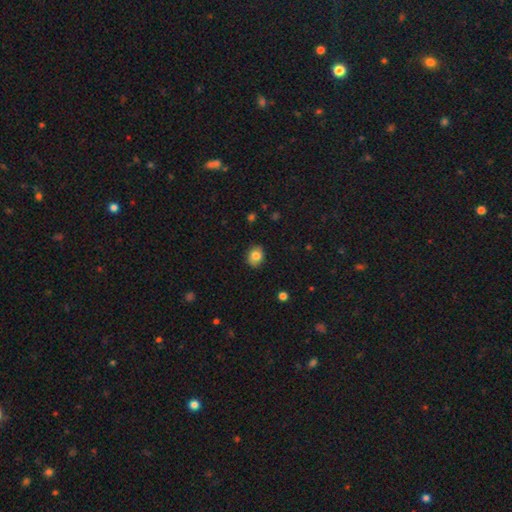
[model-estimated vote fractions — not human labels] This appears to be a smooth galaxy with no disk features (83%) that is round (58%). Merging: none (87%).